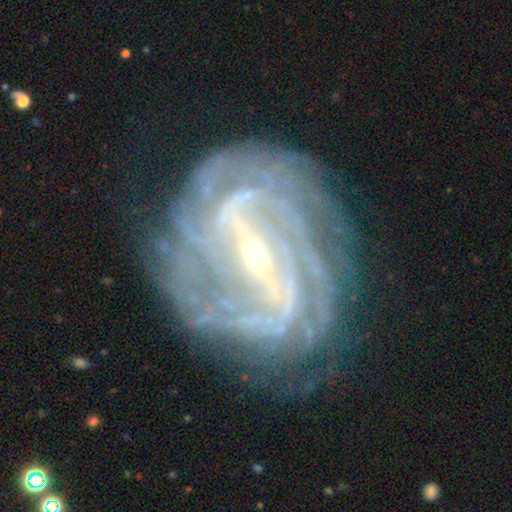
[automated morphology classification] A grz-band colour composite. It shows a featured or disk galaxy (92%) with a strong bar (70%), 4 (25%) tight (70%) spiral arms (97%) and a small central bulge (76%). Merging: none (78%).